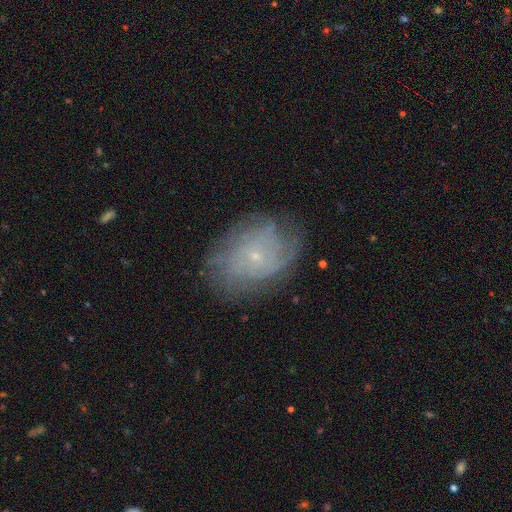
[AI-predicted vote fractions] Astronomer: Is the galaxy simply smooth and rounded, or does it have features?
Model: featured or disk — 68%.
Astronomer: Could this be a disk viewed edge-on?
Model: no — 96%.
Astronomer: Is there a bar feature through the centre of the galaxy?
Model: no — 85%.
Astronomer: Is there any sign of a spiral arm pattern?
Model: yes — 84%.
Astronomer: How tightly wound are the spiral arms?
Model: tight — 61%.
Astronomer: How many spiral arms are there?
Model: can't tell — 52%.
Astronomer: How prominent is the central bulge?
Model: small — 87%.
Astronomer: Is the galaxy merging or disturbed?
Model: none — 73%.